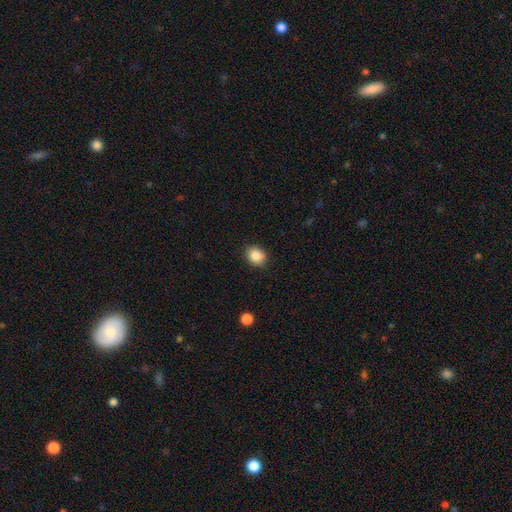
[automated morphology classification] This appears to be a smooth galaxy with no disk features (86%) that is round (54%). Merging: none (86%).